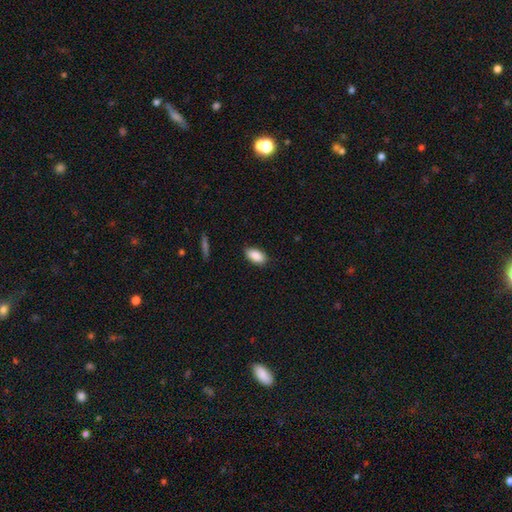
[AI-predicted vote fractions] This is clearly a smooth galaxy (89%). How rounded: clearly in between (93%). Merging: clearly none (85%).